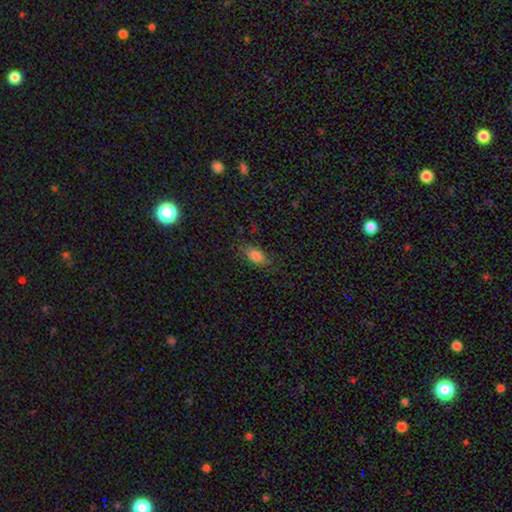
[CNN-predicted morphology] This is clearly a smooth galaxy (82%). How rounded: clearly in between (86%). Merging: likely none (80%).